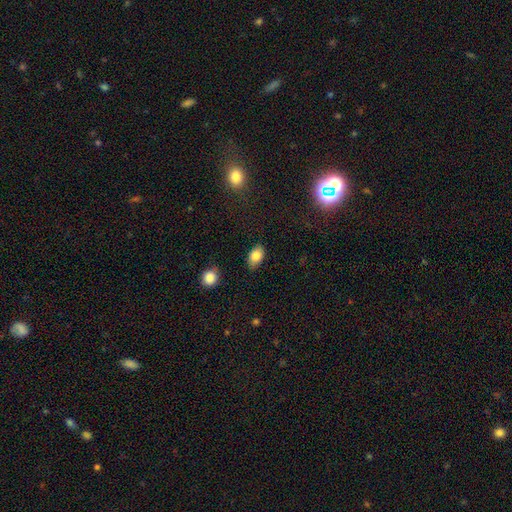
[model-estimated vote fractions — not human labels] This is clearly a smooth galaxy (84%). How rounded: clearly in between (88%). Merging: clearly none (80%).